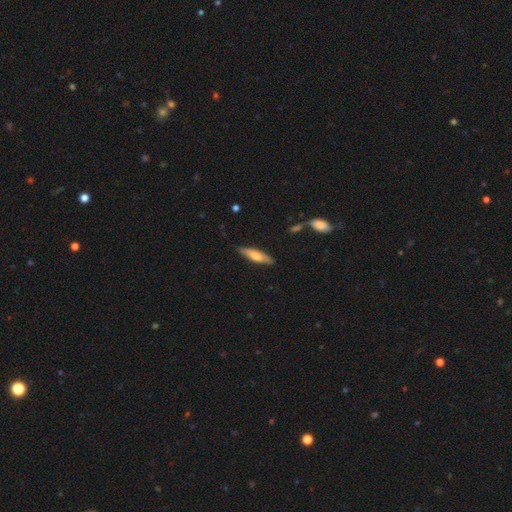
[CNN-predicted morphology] smooth_or_featured: smooth (p=0.59) [alt: featured or disk p=0.35]
how_rounded: cigar-shaped (p=0.70) [alt: in between p=0.29]
merging: none (p=0.82) [alt: minor disturbance p=0.13]